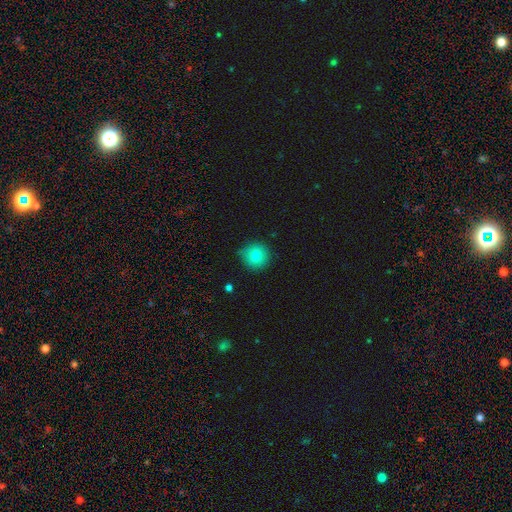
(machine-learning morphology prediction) The model was most divided on "smooth or featured": smooth: 77%, star or artifact: 11%, featured or disk: 11%. More confident: how rounded — round (94%); merging — none (85%).